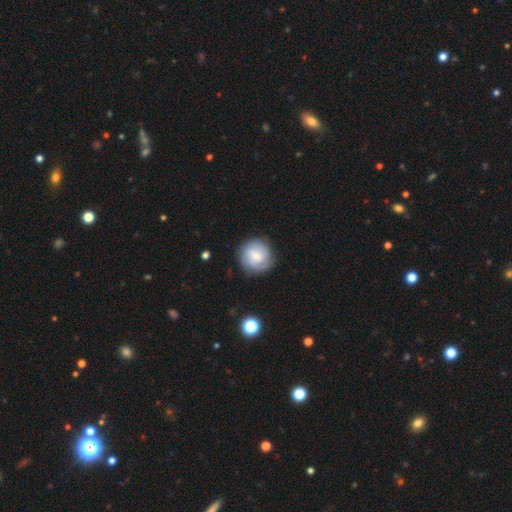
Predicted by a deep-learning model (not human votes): smooth_or_featured: smooth (p=0.50) [alt: featured or disk p=0.43]
merging: none (p=0.80) [alt: minor disturbance p=0.14]